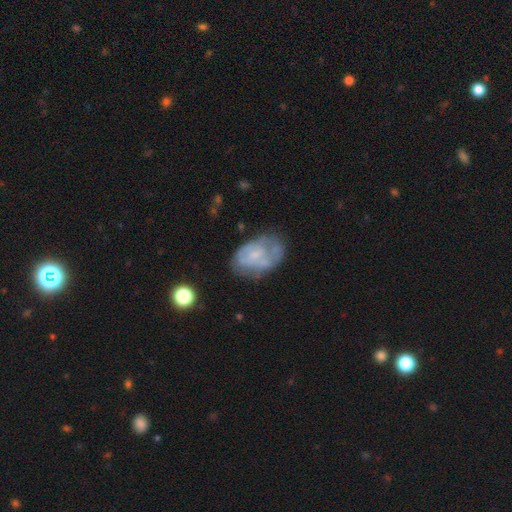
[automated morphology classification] This is possibly a featured or disk galaxy (55%). It is clearly not viewed edge-on (97%). Bar: likely no (71%). Spiral arm pattern: possibly no (56%). Central bulge: possibly small (47%). Merging: possibly none (48%).